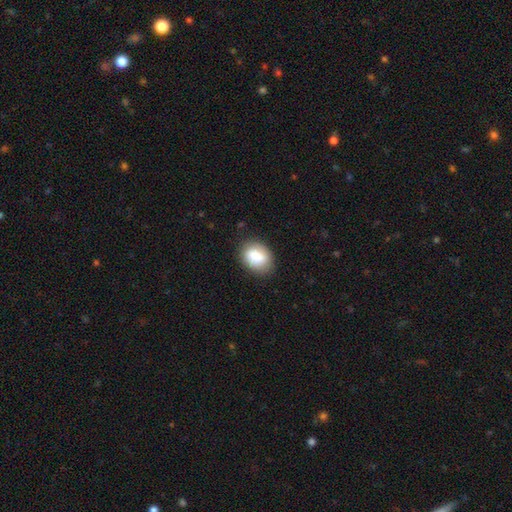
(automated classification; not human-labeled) Smooth or featured?
  - smooth: 81% *
  - featured or disk: 11%
  - star or artifact: 8%
How rounded?
  - in between: 74% *
  - round: 24%
  - cigar-shaped: 1%
Merging?
  - none: 78% *
  - minor disturbance: 16%
  - major disturbance: 4%
  - merger: 2%